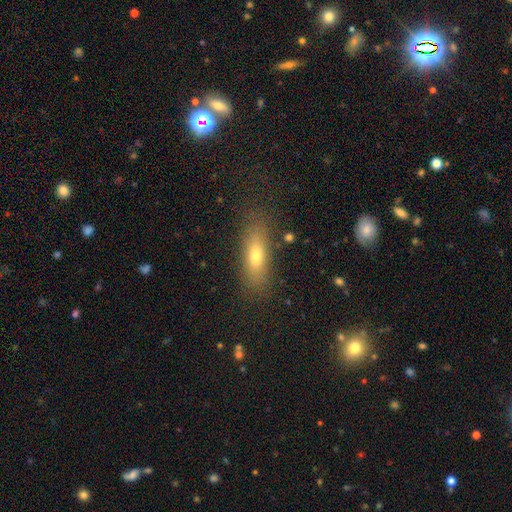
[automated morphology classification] Smooth or featured?
  - smooth: 69% *
  - featured or disk: 21%
  - star or artifact: 10%
How rounded?
  - in between: 52% *
  - cigar-shaped: 45%
  - round: 3%
Merging?
  - none: 81% *
  - minor disturbance: 12%
  - major disturbance: 5%
  - merger: 2%